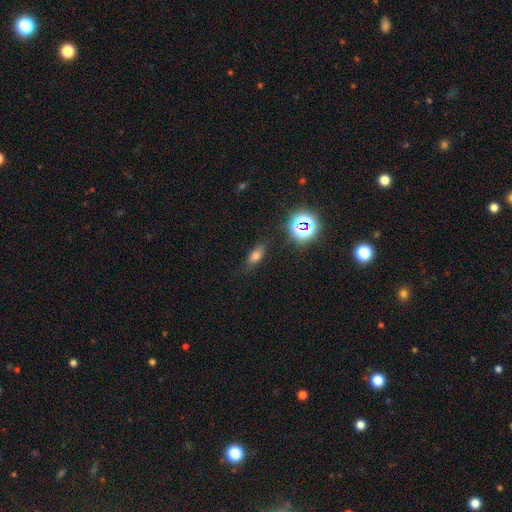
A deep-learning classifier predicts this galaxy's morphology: smooth_or_featured: smooth (p=0.67) [alt: star or artifact p=0.20]
how_rounded: in between (p=0.75) [alt: cigar-shaped p=0.14]
merging: none (p=0.79) [alt: minor disturbance p=0.15]